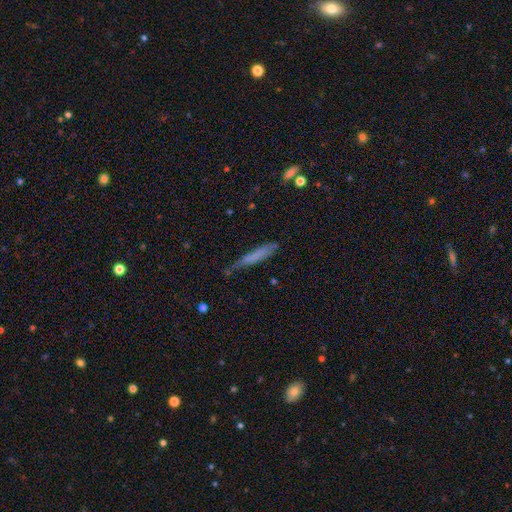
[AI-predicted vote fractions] Smooth or featured: smooth — 68% (featured or disk — 24%)
How rounded: cigar-shaped — 90% (in between — 8%)
Merging: none — 56% (minor disturbance — 30%)